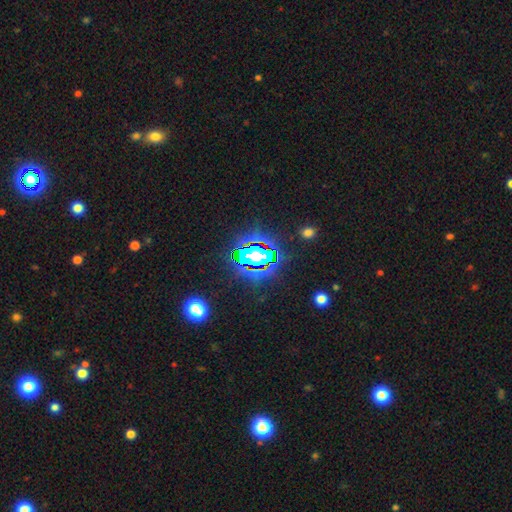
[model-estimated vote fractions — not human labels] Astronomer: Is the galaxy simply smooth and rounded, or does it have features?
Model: star or artifact — 63%.